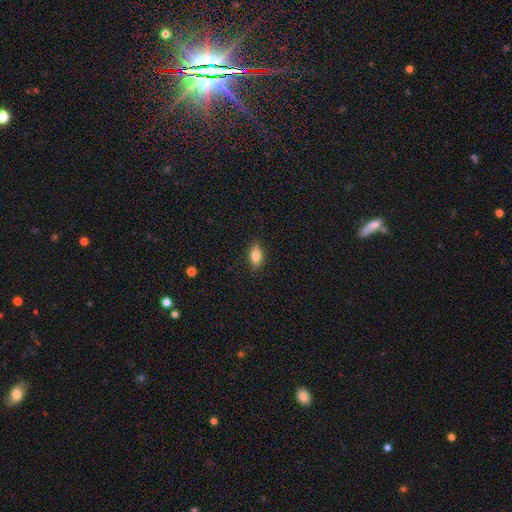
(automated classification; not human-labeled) Smooth or featured: smooth — 79% (featured or disk — 13%)
How rounded: in between — 84% (cigar-shaped — 11%)
Merging: none — 86% (minor disturbance — 10%)